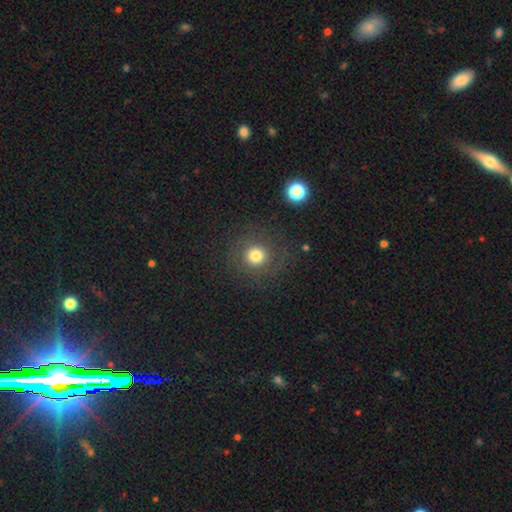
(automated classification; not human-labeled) Smooth or featured? Predicted: smooth (p=0.73). How rounded? Predicted: round (p=0.93). Merging? Predicted: none (p=0.84).